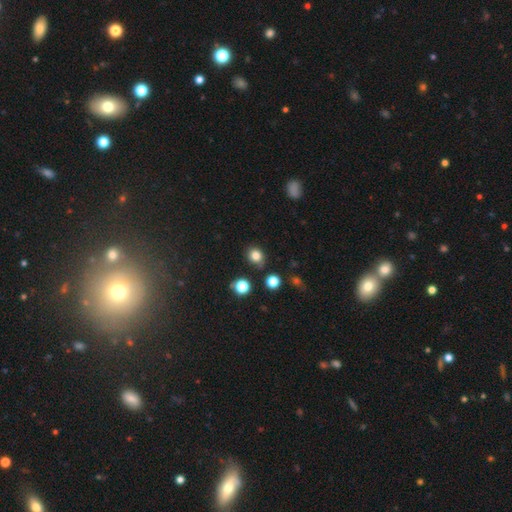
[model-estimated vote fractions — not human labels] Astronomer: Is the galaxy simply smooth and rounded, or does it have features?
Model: smooth — 80%.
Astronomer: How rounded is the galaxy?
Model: round — 72%.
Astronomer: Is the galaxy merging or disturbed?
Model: none — 74%.